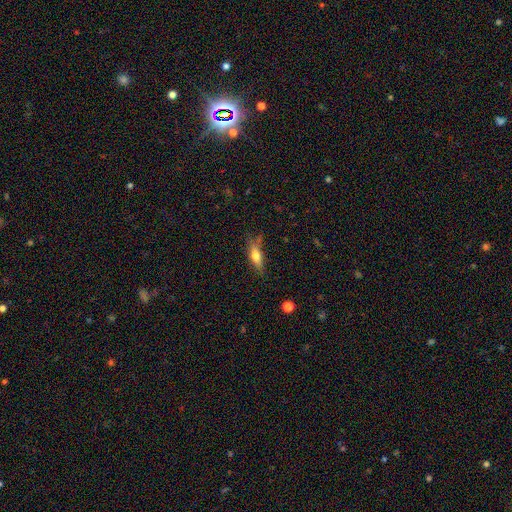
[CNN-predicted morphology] Q: Smooth or featured?
A: smooth (62%); runner-up: featured or disk (29%)
Q: How rounded?
A: in between (50%); runner-up: cigar-shaped (47%)
Q: Merging?
A: none (64%); runner-up: minor disturbance (25%)